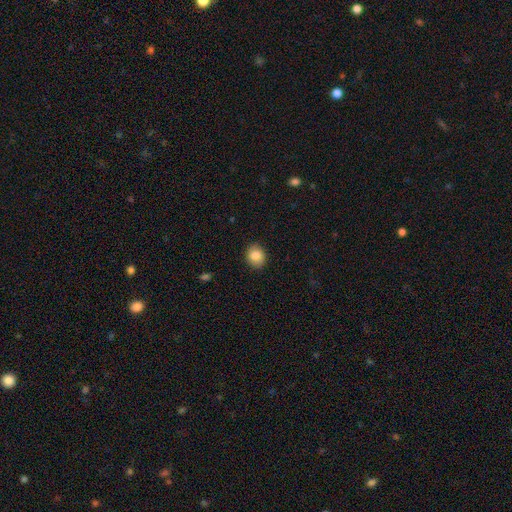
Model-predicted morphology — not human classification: smooth 86%, star or artifact 8%, featured or disk 6%. Down the decision tree: how rounded — round (62%); merging — none (88%).